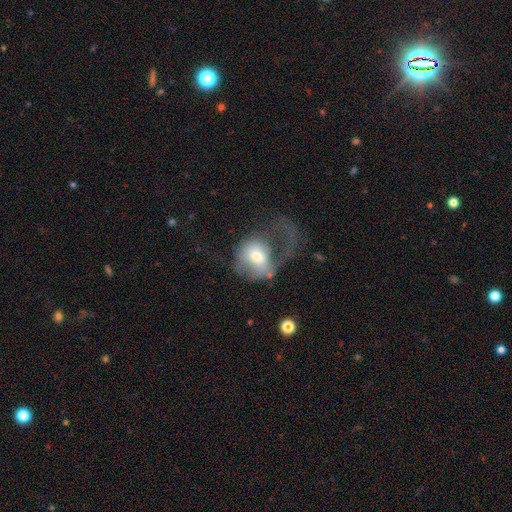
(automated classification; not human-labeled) Smooth or featured? Predicted: smooth (p=0.56). How rounded? Predicted: round (p=0.59). Merging? Predicted: major disturbance (p=0.66).